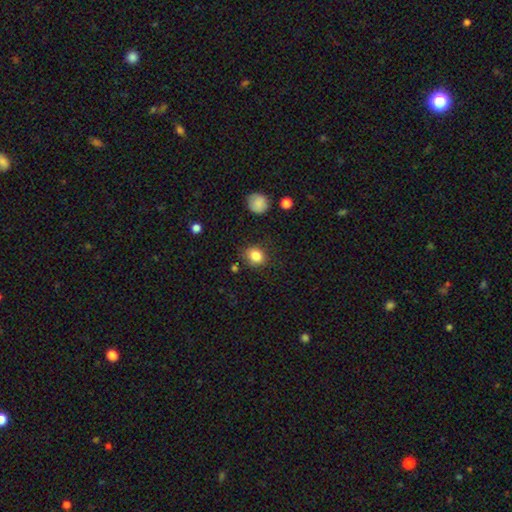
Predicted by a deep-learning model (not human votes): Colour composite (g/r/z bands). It shows a smooth galaxy with no disk features (84%) that is round (62%). Merging: none (81%).